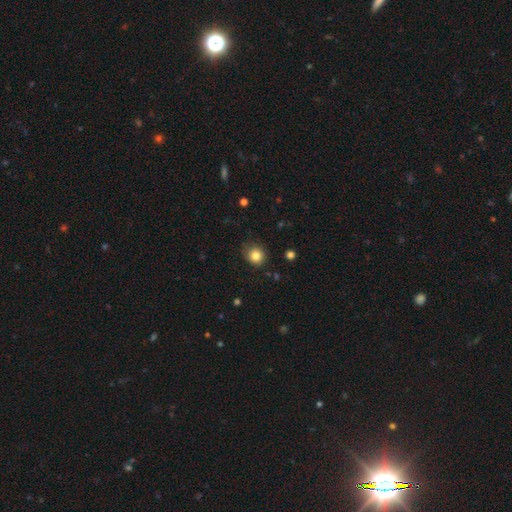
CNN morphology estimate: type=smooth (83%); roundness=round (86%); merging=none (82%).